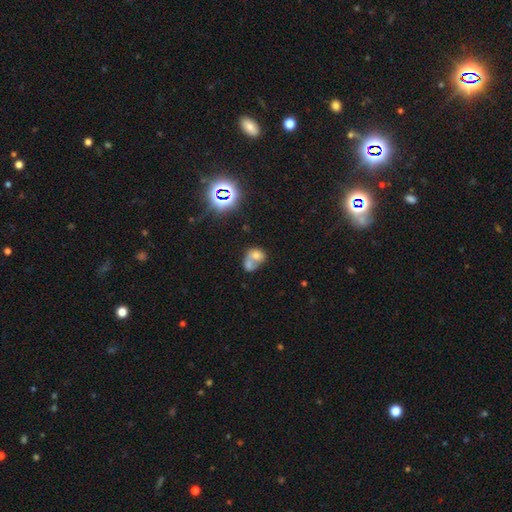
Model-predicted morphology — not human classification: type=smooth (59%); roundness=in between (55%); merging=merger (68%).